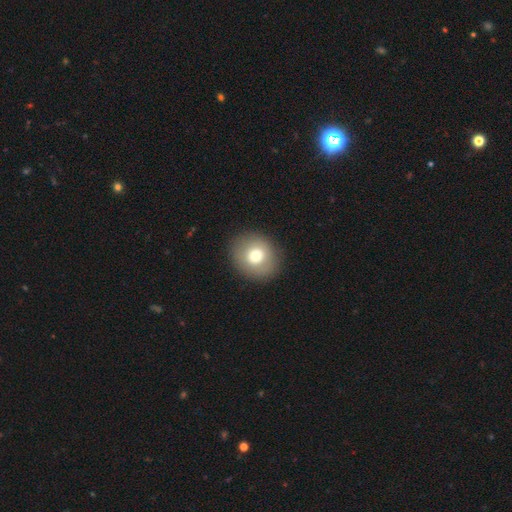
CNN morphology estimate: Smooth or featured: smooth — 73% (featured or disk — 17%)
How rounded: round — 80% (in between — 19%)
Merging: none — 89% (minor disturbance — 7%)